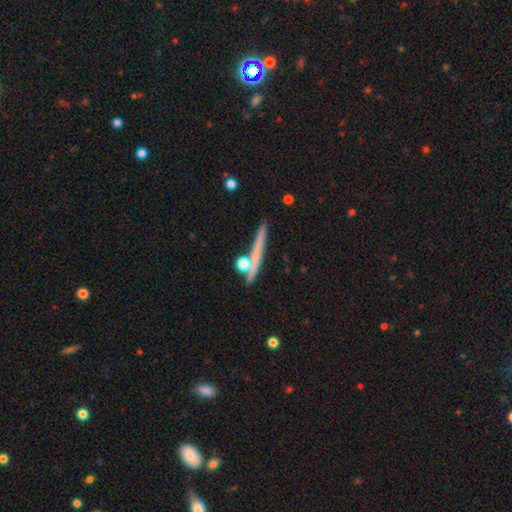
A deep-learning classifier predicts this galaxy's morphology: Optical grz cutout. It shows a featured or disk galaxy (47%). Merging: none (75%).